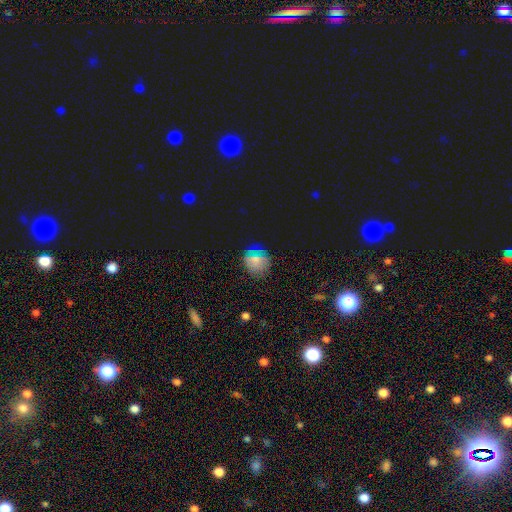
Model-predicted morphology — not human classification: Smooth or featured? Predicted: smooth (p=0.59). How rounded? Predicted: round (p=0.86). Merging? Predicted: none (p=0.86).